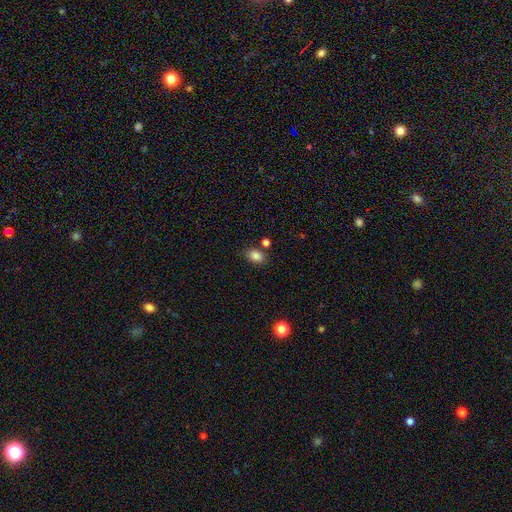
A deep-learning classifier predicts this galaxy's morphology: A smooth galaxy with no disk features (85%) that is in between round and cigar-shaped (76%).

Vote fractions:
- Smooth or featured? smooth: 85% / star or artifact: 10% / featured or disk: 5%
- How rounded? in between: 76% / round: 23% / cigar-shaped: 1%
- Merging? none: 76% / minor disturbance: 13% / merger: 8% / major disturbance: 4%